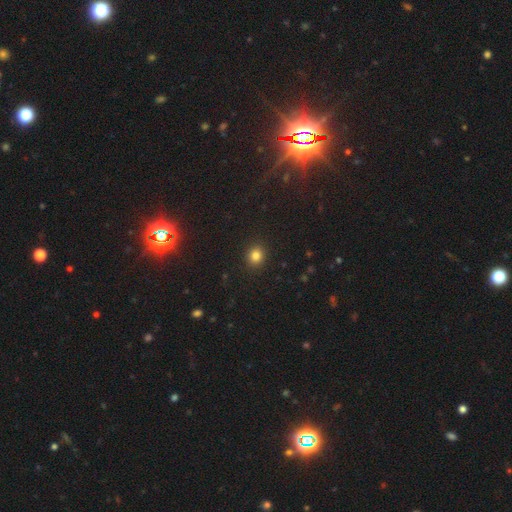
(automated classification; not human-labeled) Morphology: type=smooth (82%); roundness=round (80%); merging=none (91%).